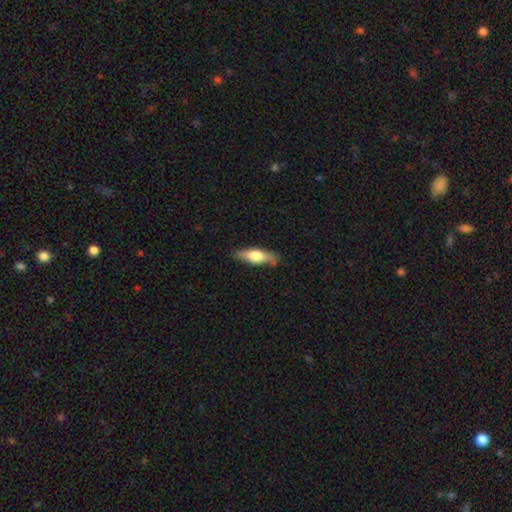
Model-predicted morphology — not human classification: smooth_or_featured: smooth (p=0.53) [alt: featured or disk p=0.41]
how_rounded: cigar-shaped (p=0.53) [alt: in between p=0.44]
merging: none (p=0.81) [alt: minor disturbance p=0.15]